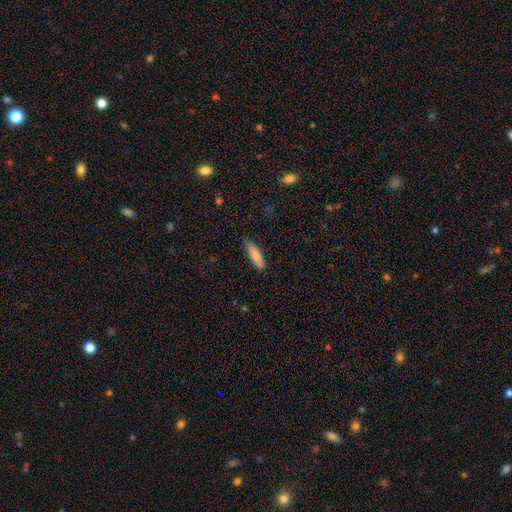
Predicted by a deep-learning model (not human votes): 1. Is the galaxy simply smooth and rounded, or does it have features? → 85% smooth, 9% featured or disk, 6% star or artifact.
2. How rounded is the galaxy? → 65% cigar-shaped, 34% in between, 1% round.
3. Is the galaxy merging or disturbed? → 83% none, 13% minor disturbance, 2% major disturbance, 1% merger.